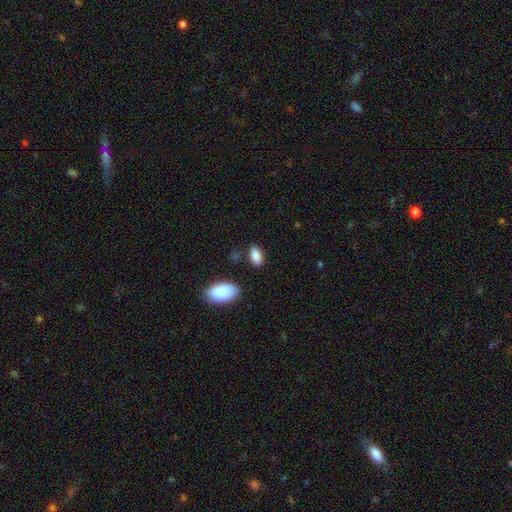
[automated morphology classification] smooth-or-featured: smooth: 87% | star or artifact: 7% | featured or disk: 5%
  how-rounded: in between: 92% | cigar-shaped: 4% | round: 4%
  merging: none: 79% | minor disturbance: 13% | merger: 4% | major disturbance: 3%